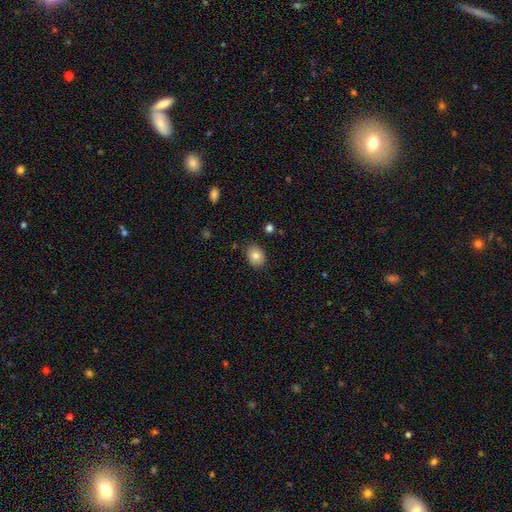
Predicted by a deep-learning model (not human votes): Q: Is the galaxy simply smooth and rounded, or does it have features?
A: smooth — 82%.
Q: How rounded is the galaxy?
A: in between — 59%.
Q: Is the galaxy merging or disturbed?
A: none — 85%.